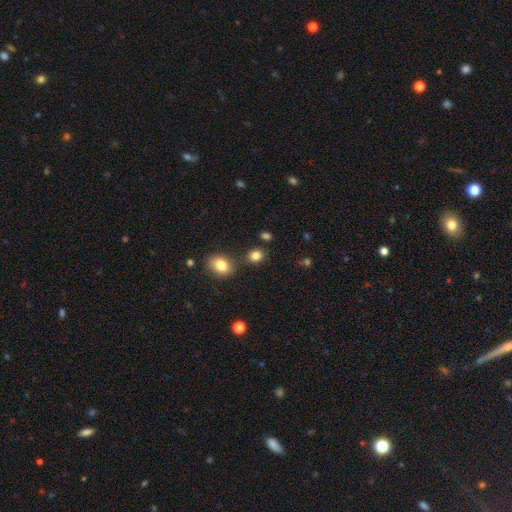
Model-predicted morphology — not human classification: smooth-or-featured: smooth: 84% | star or artifact: 11% | featured or disk: 5%
  how-rounded: round: 66% | in between: 33% | cigar-shaped: 1%
  merging: none: 79% | minor disturbance: 10% | merger: 9% | major disturbance: 3%